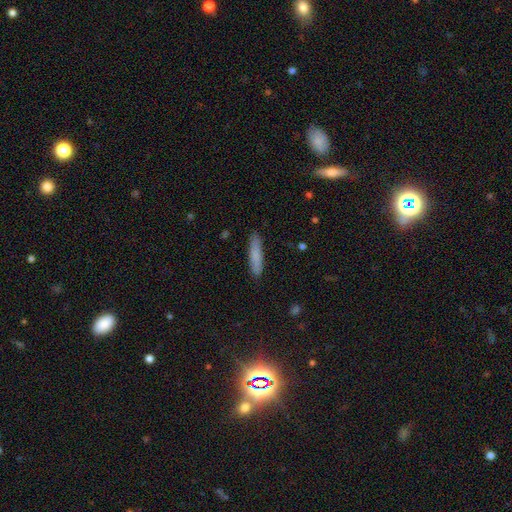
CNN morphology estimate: This appears to be a smooth galaxy with no disk features (82%) that is cigar-shaped (86%). Merging: none (88%).